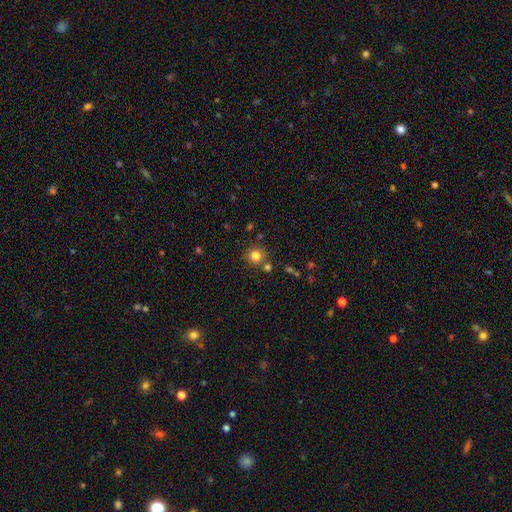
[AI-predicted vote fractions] Smooth or featured: smooth — 80% (star or artifact — 13%)
How rounded: round — 91% (in between — 8%)
Merging: none — 79% (merger — 10%)